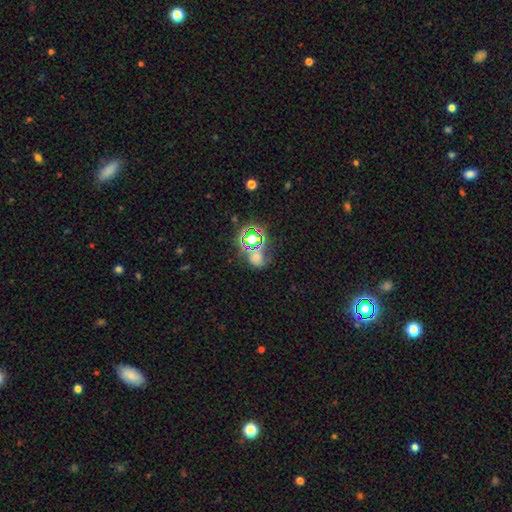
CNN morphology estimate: smooth-or-featured: star or artifact: 62% | smooth: 27% | featured or disk: 12%